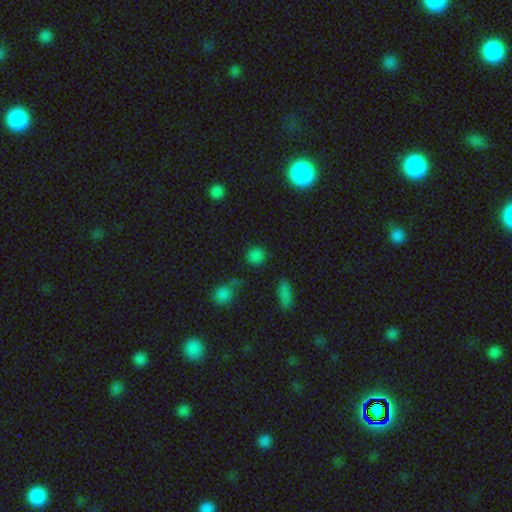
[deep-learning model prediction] Smooth or featured?
  - smooth: 77% *
  - star or artifact: 18%
  - featured or disk: 5%
How rounded?
  - round: 87% *
  - in between: 12%
  - cigar-shaped: 2%
Merging?
  - none: 80% *
  - minor disturbance: 10%
  - merger: 6%
  - major disturbance: 4%